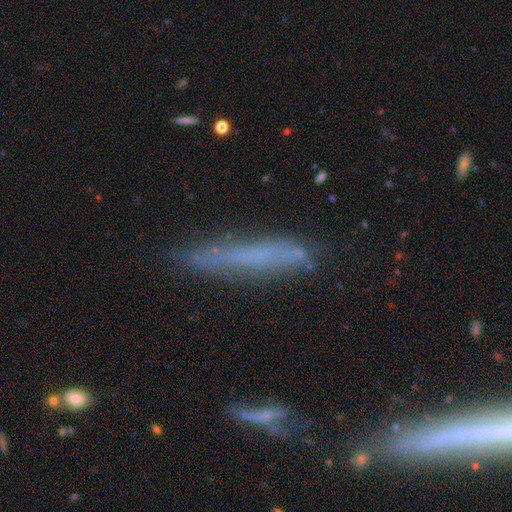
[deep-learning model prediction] smooth-or-featured: smooth: 50% | featured or disk: 39% | star or artifact: 11%
  how-rounded: cigar-shaped: 90% | in between: 8% | round: 2%
  merging: none: 69% | minor disturbance: 20% | major disturbance: 7% | merger: 4%